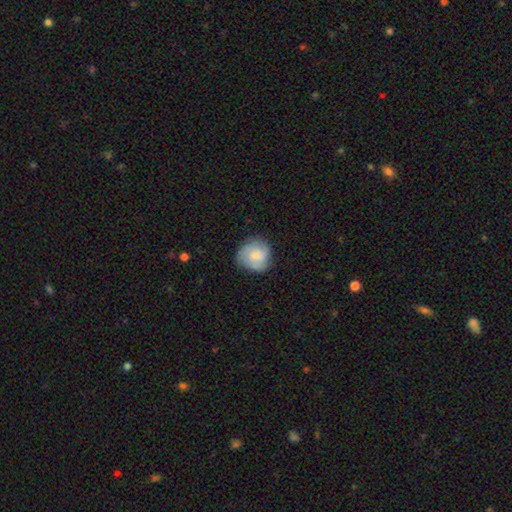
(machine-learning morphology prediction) Overall: smooth (52%; featured or disk 41%). How rounded: round (86%). Merging: none (76%).